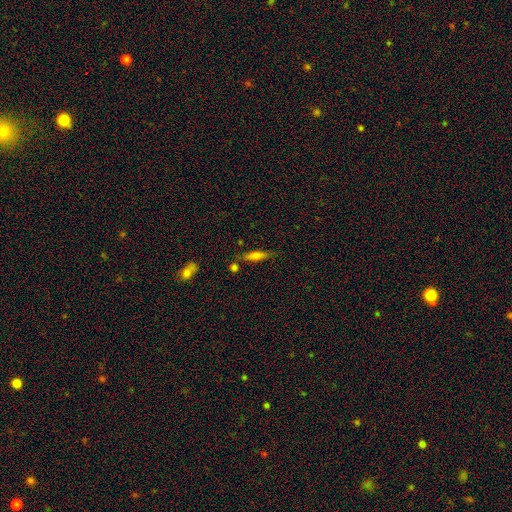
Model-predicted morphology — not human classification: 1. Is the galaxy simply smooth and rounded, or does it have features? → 67% smooth, 24% featured or disk, 10% star or artifact.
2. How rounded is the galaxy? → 67% cigar-shaped, 30% in between, 2% round.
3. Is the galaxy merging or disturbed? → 71% none, 15% minor disturbance, 9% merger, 4% major disturbance.